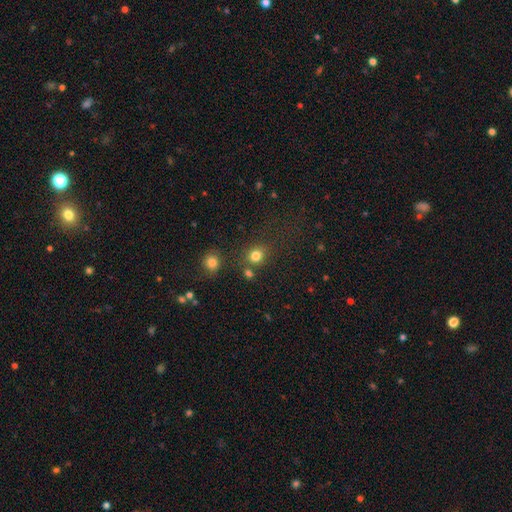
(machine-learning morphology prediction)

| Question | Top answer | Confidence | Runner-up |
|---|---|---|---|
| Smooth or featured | smooth | 80% | star or artifact (15%) |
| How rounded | round | 73% | in between (26%) |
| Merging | none | 69% | merger (15%) |